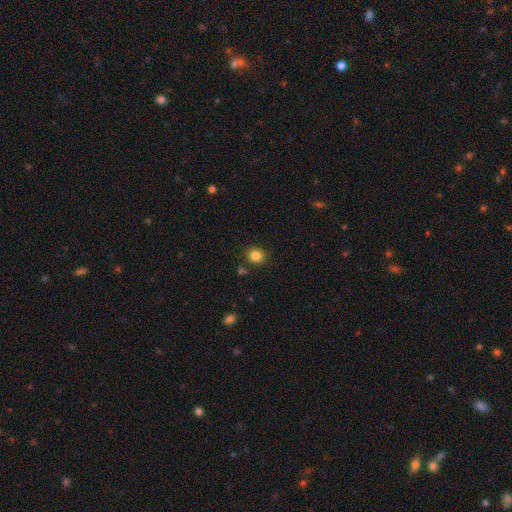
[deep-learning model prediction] This is clearly a smooth galaxy (84%). How rounded: clearly round (82%). Merging: clearly none (86%).